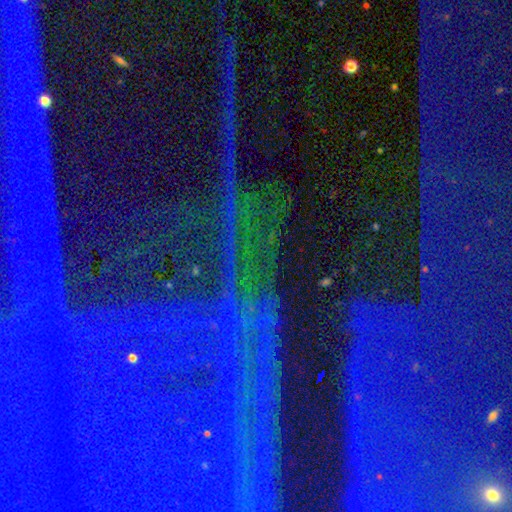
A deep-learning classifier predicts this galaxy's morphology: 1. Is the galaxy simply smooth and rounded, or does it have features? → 85% star or artifact, 8% featured or disk, 7% smooth.